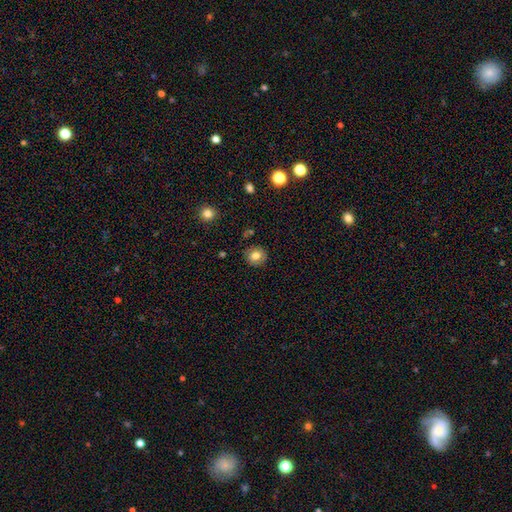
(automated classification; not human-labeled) Q: Smooth or featured?
A: smooth (79%); runner-up: featured or disk (11%)
Q: How rounded?
A: round (83%); runner-up: in between (16%)
Q: Merging?
A: none (86%); runner-up: minor disturbance (10%)